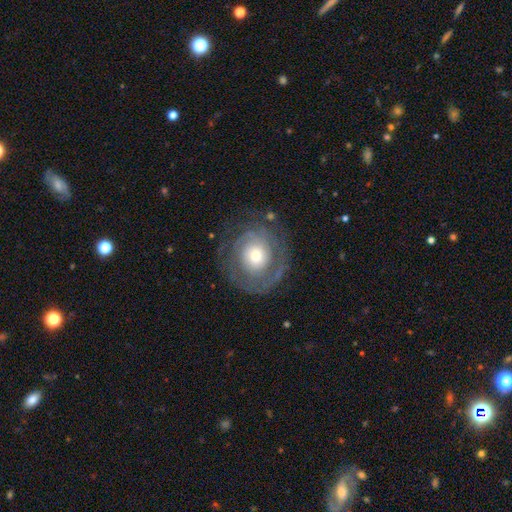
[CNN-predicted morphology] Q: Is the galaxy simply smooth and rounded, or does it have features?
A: featured or disk — 70%.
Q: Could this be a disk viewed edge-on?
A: no — 97%.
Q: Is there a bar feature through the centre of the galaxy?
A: no — 82%.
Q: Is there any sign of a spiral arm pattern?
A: yes — 79%.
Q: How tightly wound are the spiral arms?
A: tight — 68%.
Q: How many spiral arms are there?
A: can't tell — 38%.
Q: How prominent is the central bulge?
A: moderate — 55%.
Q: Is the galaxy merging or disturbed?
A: none — 73%.